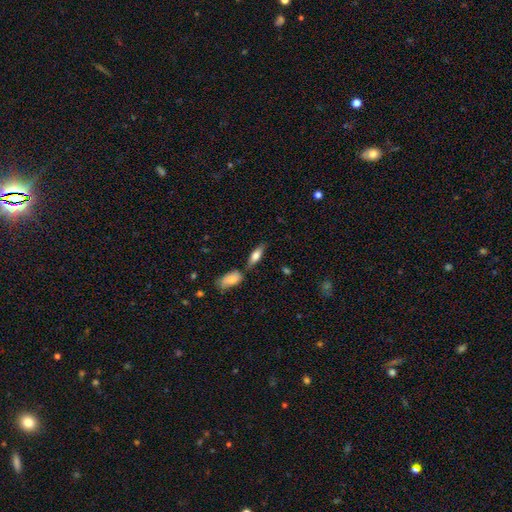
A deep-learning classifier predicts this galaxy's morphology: type=smooth (62%); roundness=in between (61%); merging=none (70%).